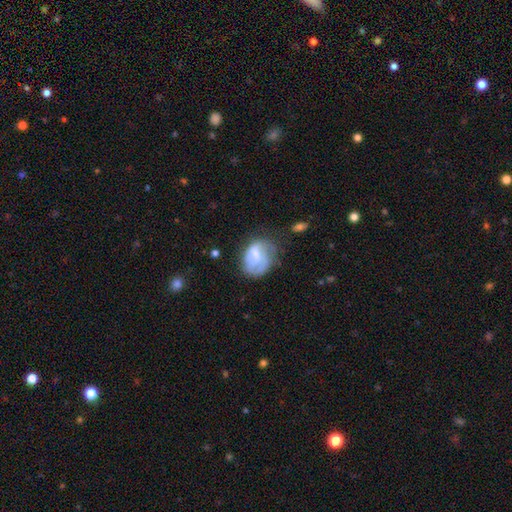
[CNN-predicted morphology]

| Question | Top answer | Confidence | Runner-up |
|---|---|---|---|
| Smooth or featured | featured or disk | 47% | smooth (45%) |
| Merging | none | 41% | minor disturbance (30%) |